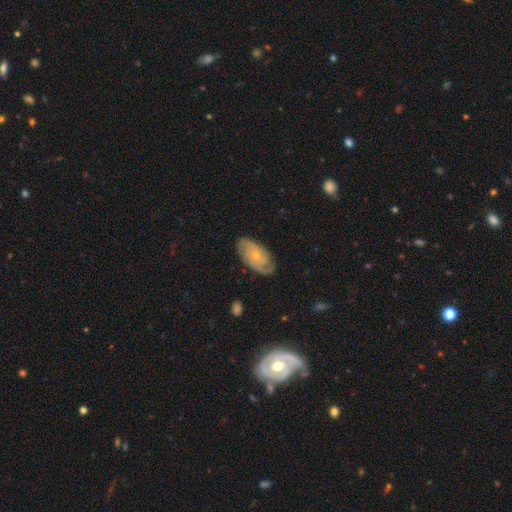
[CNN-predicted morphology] Q: Smooth or featured?
A: featured or disk (79%); runner-up: smooth (16%)
Q: Edge-on disk?
A: no (95%); runner-up: yes (5%)
Q: Bar?
A: no (74%); runner-up: weak (23%)
Q: Spiral arms?
A: yes (94%); runner-up: no (6%)
Q: Spiral winding?
A: tight (57%); runner-up: medium (34%)
Q: Spiral arm count?
A: 2 (45%); runner-up: can't tell (23%)
Q: Bulge size?
A: small (66%); runner-up: moderate (30%)
Q: Merging?
A: none (76%); runner-up: minor disturbance (18%)